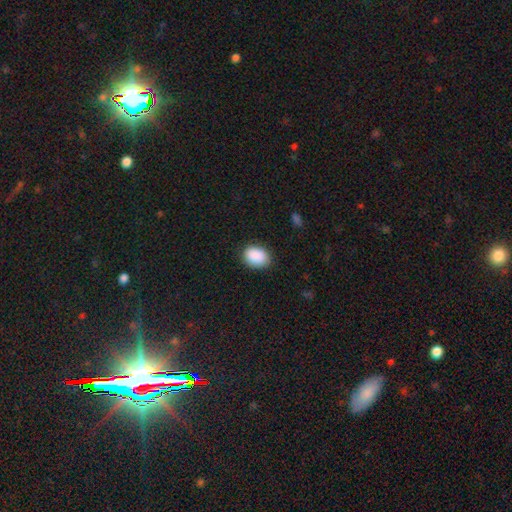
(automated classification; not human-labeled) A smooth galaxy with no disk features (90%) that is in between round and cigar-shaped (69%). Merging: none (86%).